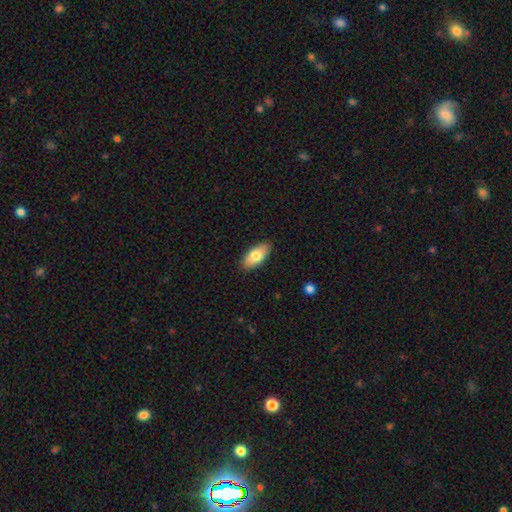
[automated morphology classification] type=smooth (77%); roundness=in between (89%); merging=none (88%).